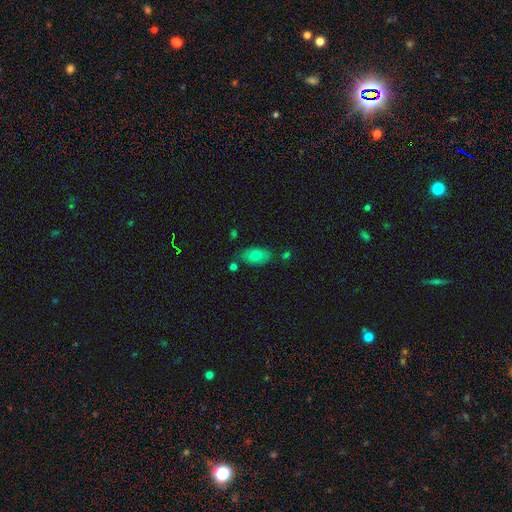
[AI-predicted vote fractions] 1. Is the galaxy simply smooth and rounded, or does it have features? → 74% smooth, 18% featured or disk, 8% star or artifact.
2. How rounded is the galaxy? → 90% in between, 8% round, 2% cigar-shaped.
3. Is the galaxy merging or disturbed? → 73% none, 17% minor disturbance, 6% merger, 4% major disturbance.